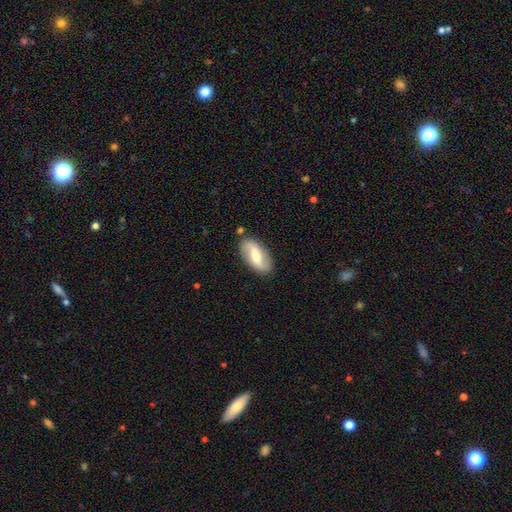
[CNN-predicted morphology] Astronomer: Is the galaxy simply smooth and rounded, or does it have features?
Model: featured or disk — 54% (runner-up: smooth, 40%).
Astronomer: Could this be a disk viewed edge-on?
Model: no — 91%.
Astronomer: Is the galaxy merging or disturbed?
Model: none — 84%.